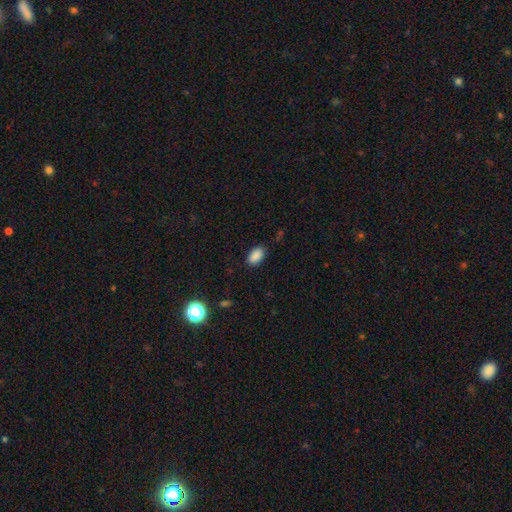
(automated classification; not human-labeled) Smooth or featured? Predicted: smooth (p=0.88). How rounded? Predicted: in between (p=0.91). Merging? Predicted: none (p=0.85).